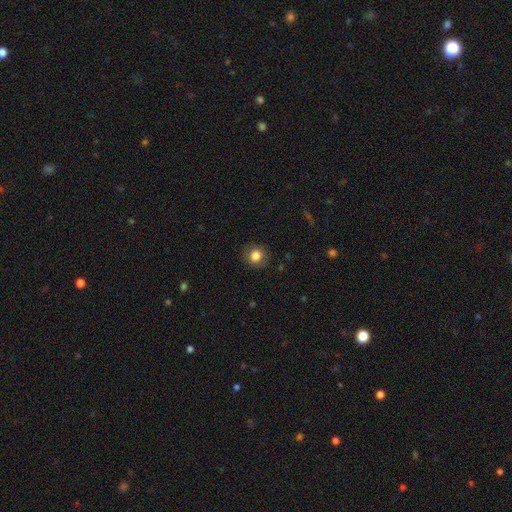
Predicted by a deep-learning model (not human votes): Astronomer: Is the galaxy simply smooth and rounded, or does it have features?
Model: smooth — 81%.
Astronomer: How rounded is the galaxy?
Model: round — 82%.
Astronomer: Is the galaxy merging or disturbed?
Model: none — 86%.